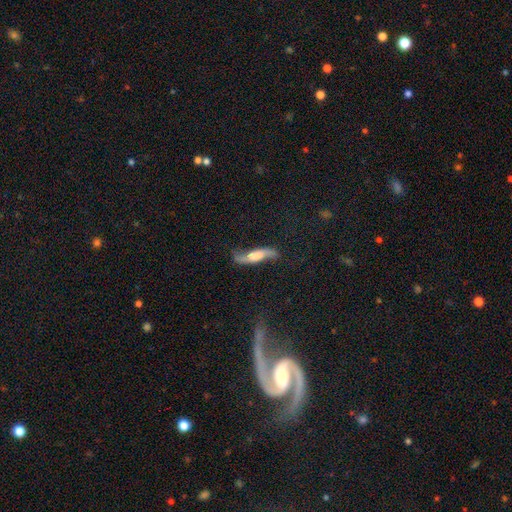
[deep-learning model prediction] Morphology: type=featured or disk (71%); edge-on=no (73%); bar=no (51%); spiral arms=yes (93%); bulge=large (34%); merging=none (69%).